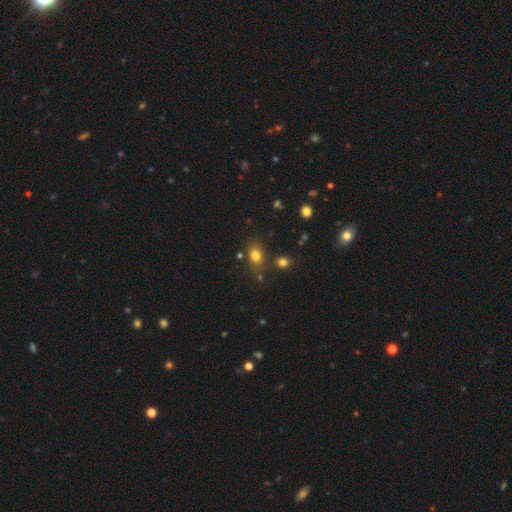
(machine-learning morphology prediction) Q: Smooth or featured?
A: smooth (78%); runner-up: star or artifact (13%)
Q: How rounded?
A: in between (66%); runner-up: round (32%)
Q: Merging?
A: none (72%); runner-up: minor disturbance (15%)